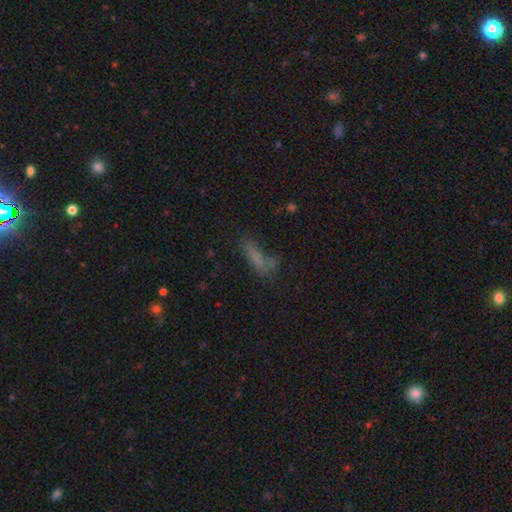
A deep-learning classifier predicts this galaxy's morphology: Smooth or featured? smooth (60%)
How rounded? cigar-shaped (53%)
Merging? none (48%)